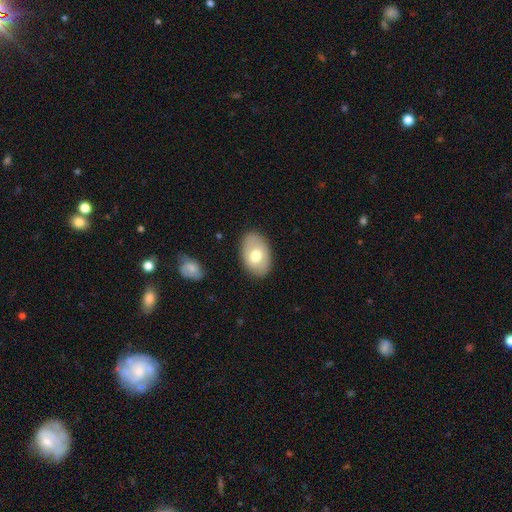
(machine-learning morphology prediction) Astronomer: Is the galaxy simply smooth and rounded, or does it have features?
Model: smooth — 67%.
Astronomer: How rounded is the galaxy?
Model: in between — 88%.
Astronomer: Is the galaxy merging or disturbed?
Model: none — 85%.